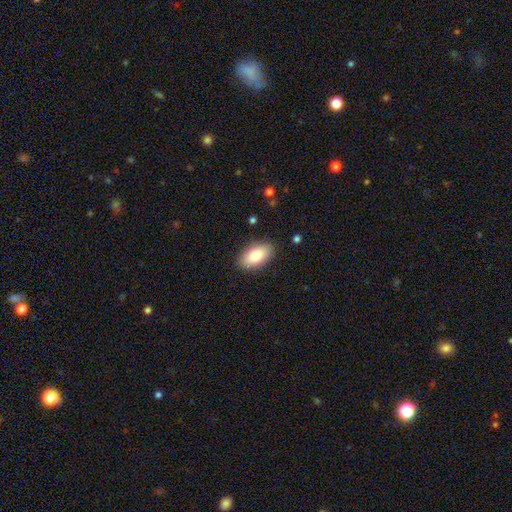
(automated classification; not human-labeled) Smooth or featured?
  - smooth: 81% *
  - featured or disk: 12%
  - star or artifact: 7%
How rounded?
  - in between: 93% *
  - round: 4%
  - cigar-shaped: 3%
Merging?
  - none: 87% *
  - minor disturbance: 9%
  - major disturbance: 2%
  - merger: 1%